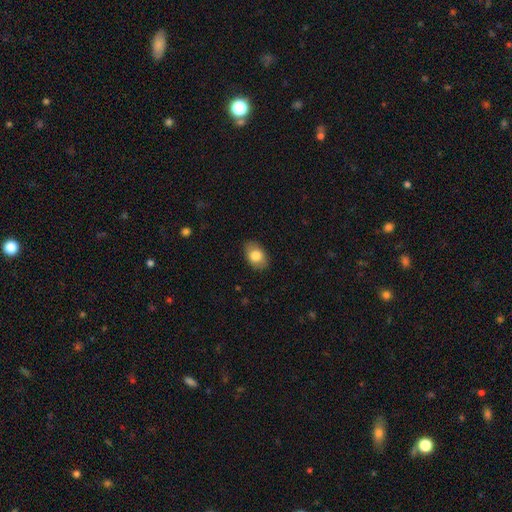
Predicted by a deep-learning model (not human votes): Smooth or featured?
  - smooth: 81% *
  - featured or disk: 12%
  - star or artifact: 7%
How rounded?
  - in between: 86% *
  - round: 13%
  - cigar-shaped: 1%
Merging?
  - none: 86% *
  - minor disturbance: 11%
  - major disturbance: 2%
  - merger: 1%